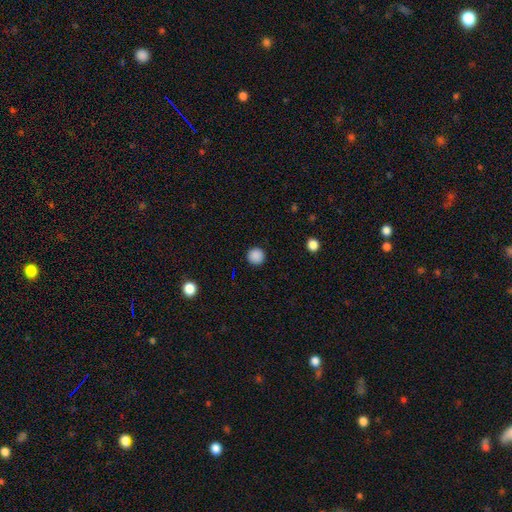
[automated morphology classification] Smooth or featured: smooth — 88% (star or artifact — 9%)
How rounded: round — 95% (in between — 4%)
Merging: none — 92% (minor disturbance — 5%)